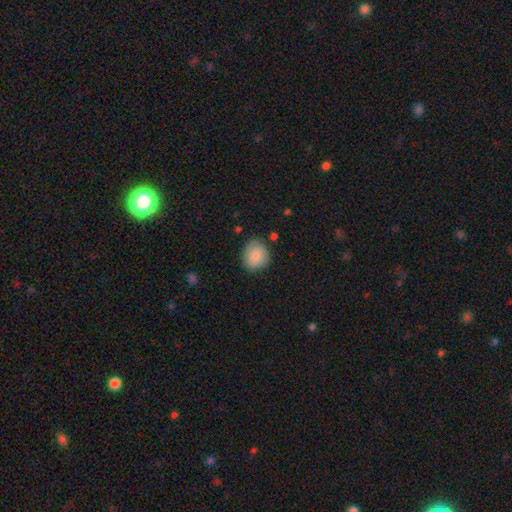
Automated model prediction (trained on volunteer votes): Smooth or featured?
  - smooth: 85% *
  - star or artifact: 7%
  - featured or disk: 7%
How rounded?
  - round: 74% *
  - in between: 25%
  - cigar-shaped: 1%
Merging?
  - none: 80% *
  - minor disturbance: 15%
  - major disturbance: 3%
  - merger: 2%